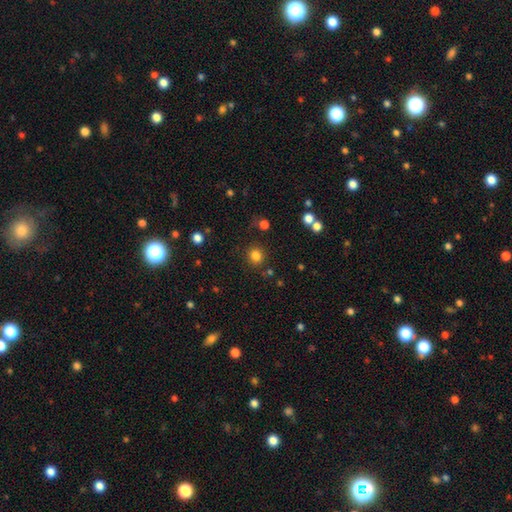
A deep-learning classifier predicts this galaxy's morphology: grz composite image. It shows a smooth galaxy with no disk features (82%) that is round (88%). Merging: none (85%).